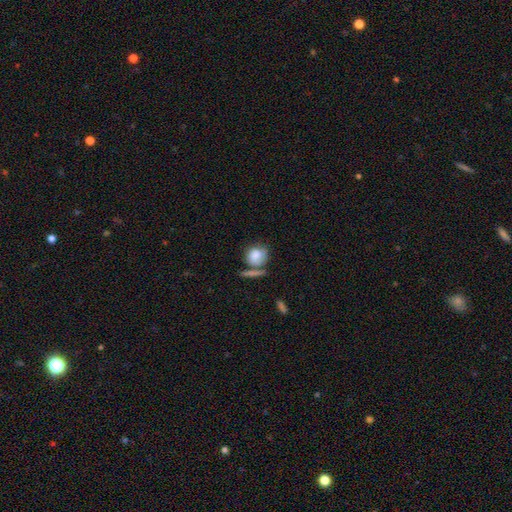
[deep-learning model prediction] This appears to be a smooth galaxy with no disk features (77%) that is round (70%). Merging: none (50%).